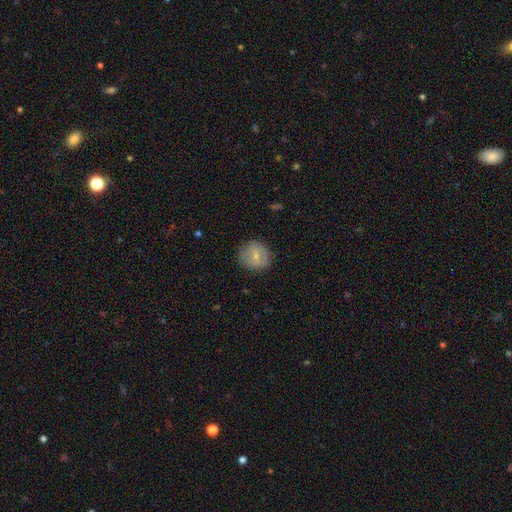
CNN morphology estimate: This appears to be a smooth galaxy with no disk features (65%) that is round (81%). Merging: none (79%).